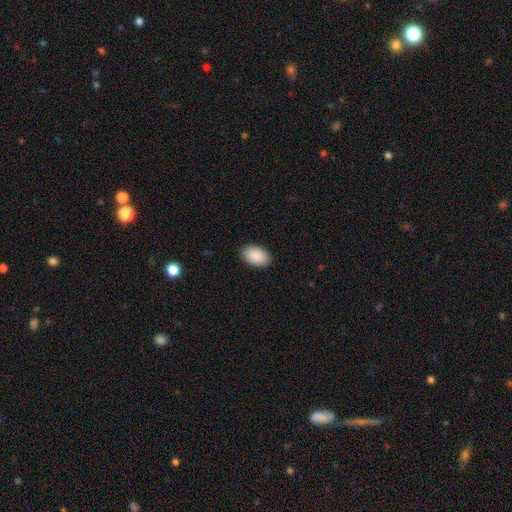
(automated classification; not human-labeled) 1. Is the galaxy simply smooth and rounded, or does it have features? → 91% smooth, 6% star or artifact, 3% featured or disk.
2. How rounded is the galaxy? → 94% in between, 5% round, 1% cigar-shaped.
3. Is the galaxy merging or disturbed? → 90% none, 8% minor disturbance, 2% major disturbance, 1% merger.